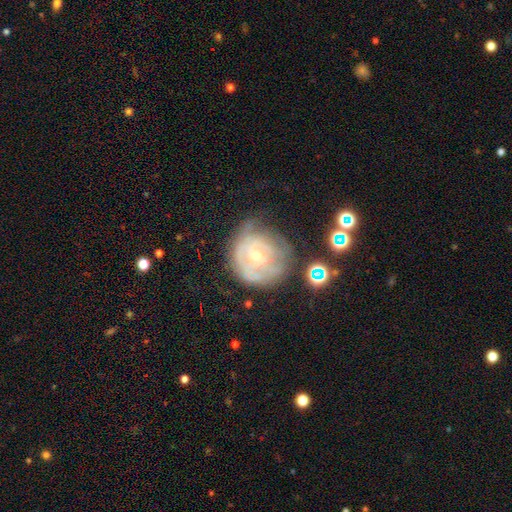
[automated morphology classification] A featured or disk galaxy (67%) with no bar (67%), spiral arms (68%) and a small central bulge (58%). Merging: none (52%).